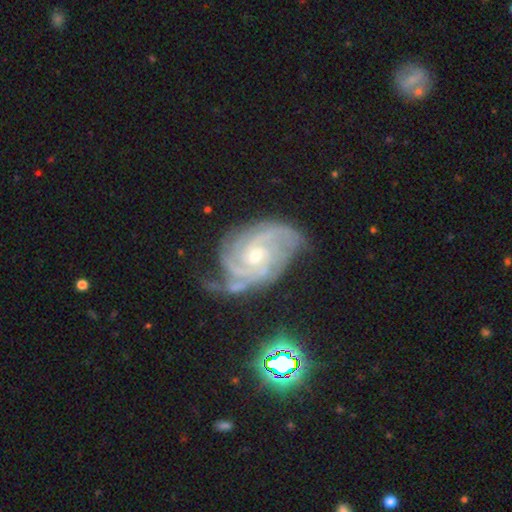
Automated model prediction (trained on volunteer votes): The model was most divided on "bulge size": moderate: 50%, small: 46%, large: 2%, none: 1%, dominant: 1%. Remaining: spiral arms — yes (98%); edge-on disk — no (97%); smooth or featured — featured or disk (90%); spiral winding — tight (65%); bar — no (61%); merging — none (59%); spiral arm count — 3 (33%).